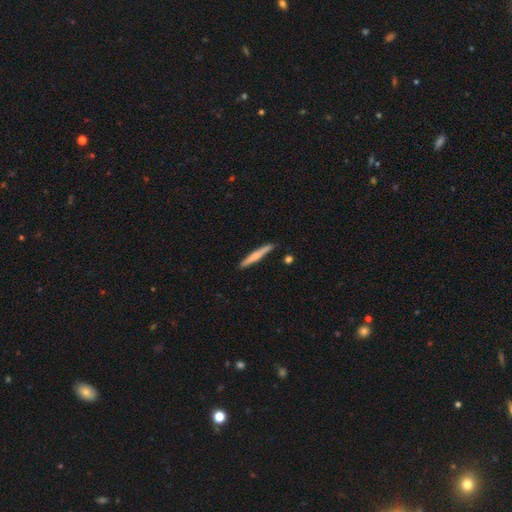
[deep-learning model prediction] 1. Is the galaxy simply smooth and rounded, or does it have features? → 57% smooth, 37% featured or disk, 5% star or artifact.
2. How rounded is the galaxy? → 95% cigar-shaped, 3% in between, 1% round.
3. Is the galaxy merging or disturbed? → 89% none, 8% minor disturbance, 2% merger, 1% major disturbance.